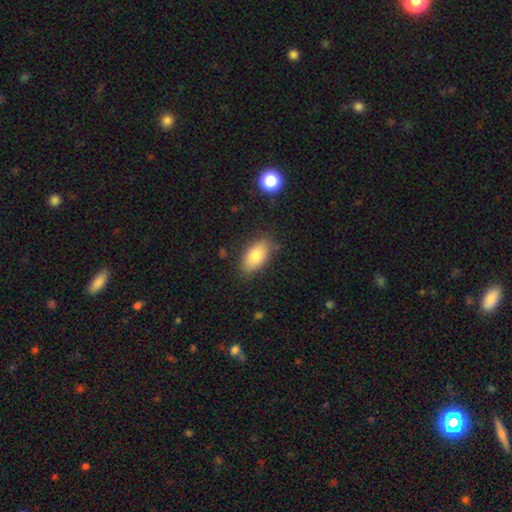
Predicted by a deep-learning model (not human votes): Smooth or featured? Predicted: smooth (p=0.80). How rounded? Predicted: in between (p=0.92). Merging? Predicted: none (p=0.82).